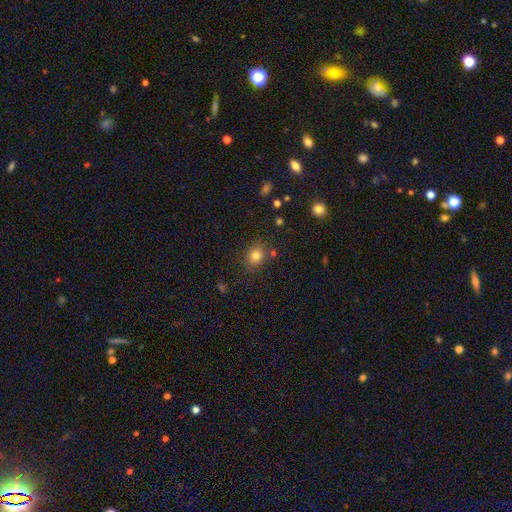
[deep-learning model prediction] Overall: smooth (80%). How rounded: round (71%). Merging: none (80%).